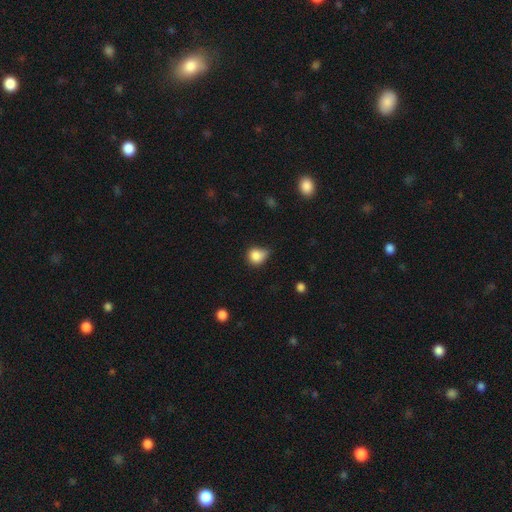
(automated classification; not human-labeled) The model was most divided on "merging": minor disturbance: 45%, none: 40%, major disturbance: 12%, merger: 3%. More confident: smooth or featured — smooth (83%); how rounded — round (72%).